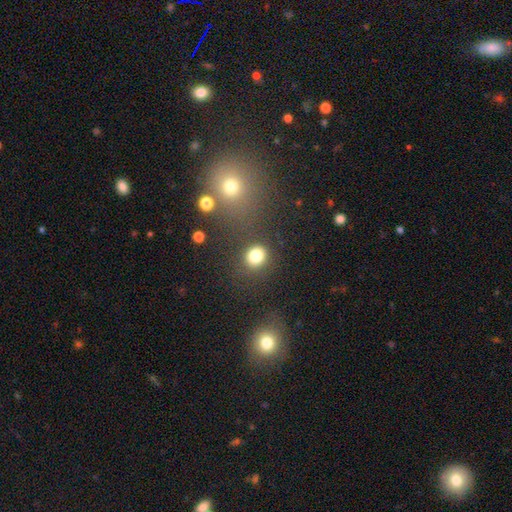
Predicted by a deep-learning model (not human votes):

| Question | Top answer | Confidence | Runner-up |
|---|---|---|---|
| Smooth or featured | smooth | 81% | star or artifact (12%) |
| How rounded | round | 72% | in between (27%) |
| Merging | none | 80% | minor disturbance (10%) |